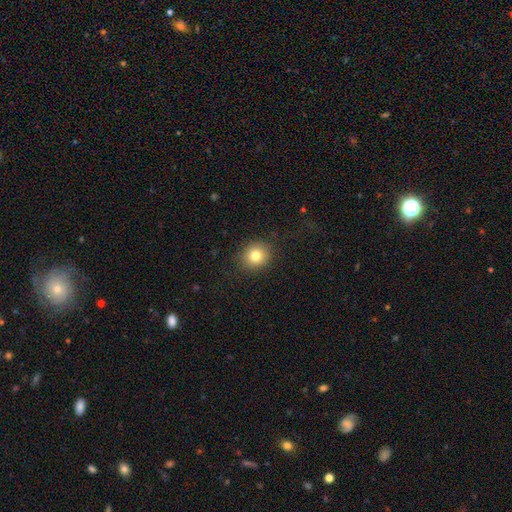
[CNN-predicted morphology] This is likely a smooth galaxy (79%). How rounded: clearly round (81%). Merging: clearly none (88%).